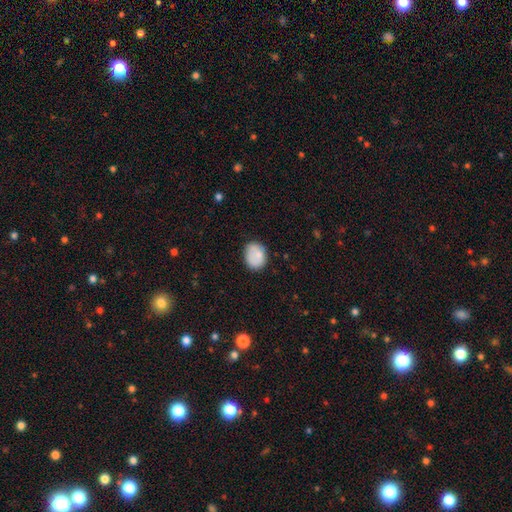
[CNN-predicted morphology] type=smooth (78%); roundness=in between (53%); merging=none (71%).